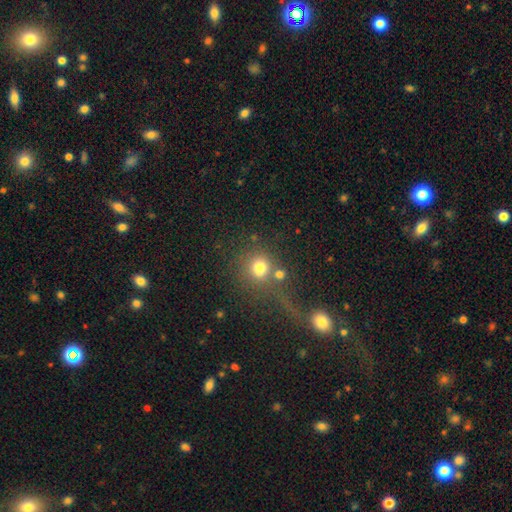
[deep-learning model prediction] Smooth or featured?
  - smooth: 58% *
  - star or artifact: 30%
  - featured or disk: 11%
How rounded?
  - round: 90% *
  - in between: 8%
  - cigar-shaped: 2%
Merging?
  - none: 51% *
  - merger: 31%
  - minor disturbance: 9%
  - major disturbance: 9%